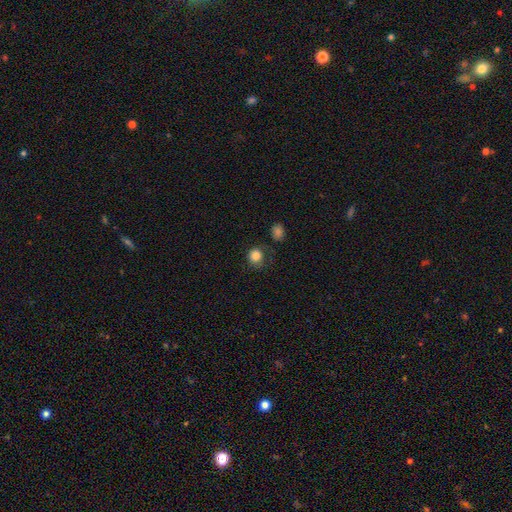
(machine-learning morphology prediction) smooth 84%, star or artifact 11%, featured or disk 5%. Down the decision tree: how rounded — round (86%); merging — none (70%).